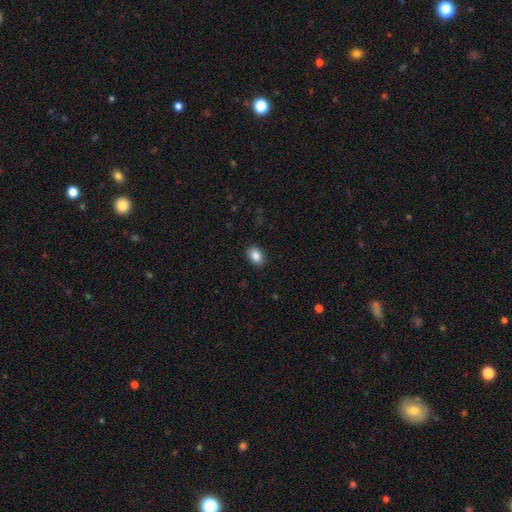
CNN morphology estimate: The model was most divided on "how rounded": in between: 81%, round: 18%, cigar-shaped: 1%. More confident: merging — none (89%); smooth or featured — smooth (87%).